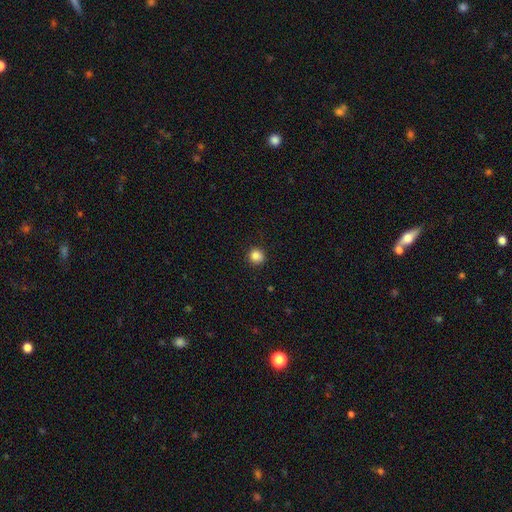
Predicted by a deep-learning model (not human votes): Smooth or featured? smooth (85%)
How rounded? round (91%)
Merging? none (87%)